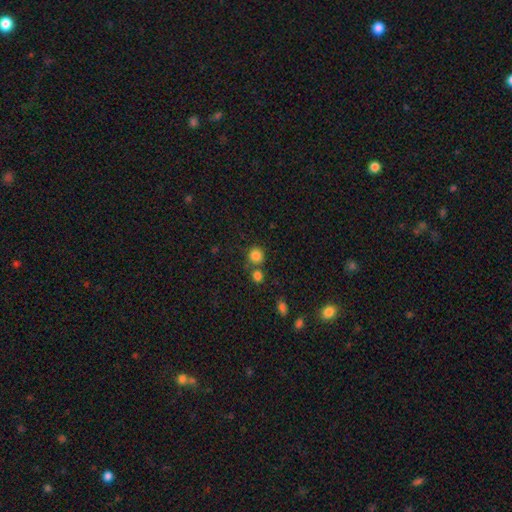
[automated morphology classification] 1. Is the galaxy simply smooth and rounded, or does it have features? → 83% smooth, 11% star or artifact, 5% featured or disk.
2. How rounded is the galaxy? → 89% round, 10% in between, 1% cigar-shaped.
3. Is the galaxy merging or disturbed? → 65% none, 22% merger, 10% minor disturbance, 4% major disturbance.